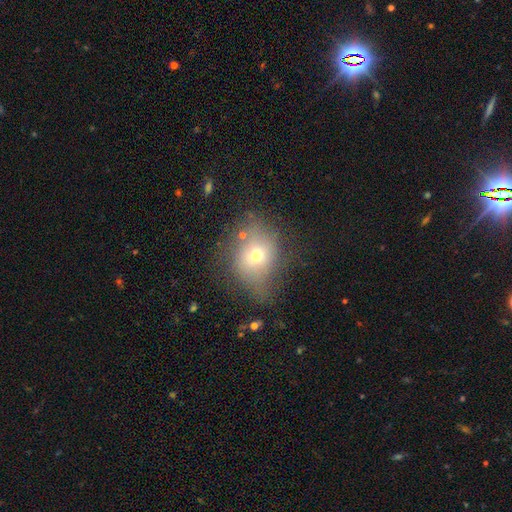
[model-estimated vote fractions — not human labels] This appears to be a smooth galaxy with no disk features (62%) that is round (59%). Merging: none (56%).